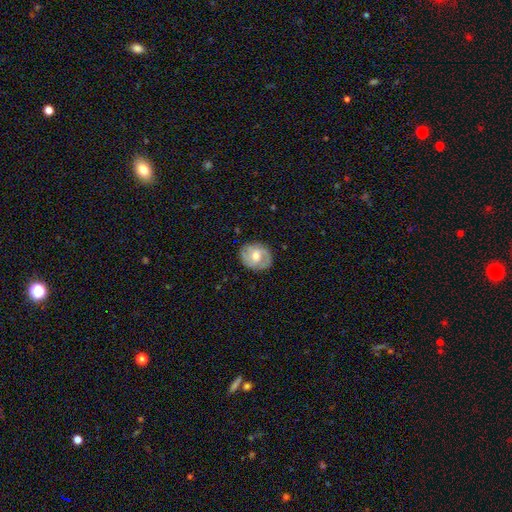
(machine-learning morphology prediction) smooth_or_featured: featured or disk (p=0.62) [alt: smooth p=0.32]
disk_edge_on: no (p=0.97) [alt: yes p=0.03]
bar: no (p=0.51) [alt: weak p=0.40]
has_spiral_arms: yes (p=0.84) [alt: no p=0.16]
spiral_winding: tight (p=0.43) [alt: medium p=0.42]
spiral_arm_count: 2 (p=0.61) [alt: can't tell p=0.19]
bulge_size: moderate (p=0.68) [alt: small p=0.25]
merging: none (p=0.81) [alt: minor disturbance p=0.14]